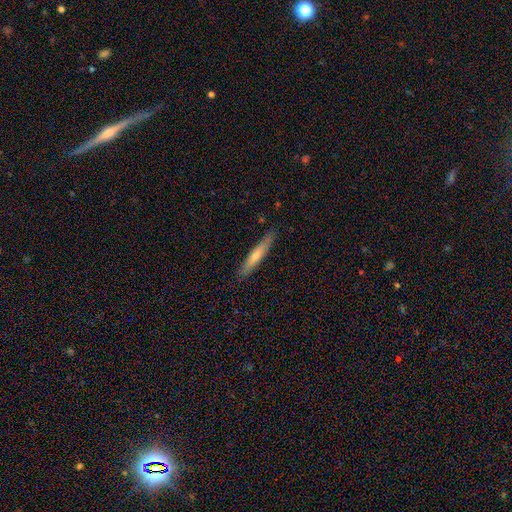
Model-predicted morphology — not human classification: smooth 50%, featured or disk 44%, star or artifact 6%. Down the decision tree: merging — none (88%).